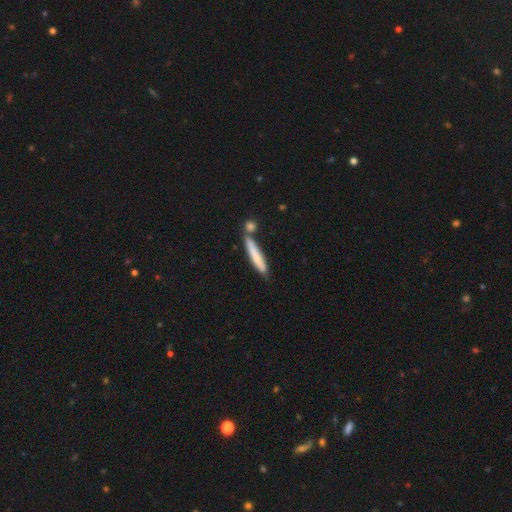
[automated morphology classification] Smooth or featured? Predicted: smooth (p=0.71). How rounded? Predicted: cigar-shaped (p=0.93). Merging? Predicted: none (p=0.67).